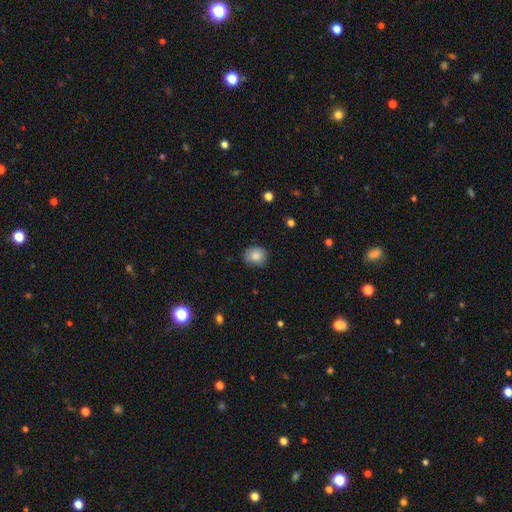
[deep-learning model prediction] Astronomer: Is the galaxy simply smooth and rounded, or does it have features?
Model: smooth — 84%.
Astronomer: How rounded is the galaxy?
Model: round — 68%.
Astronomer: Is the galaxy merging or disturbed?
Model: none — 77%.